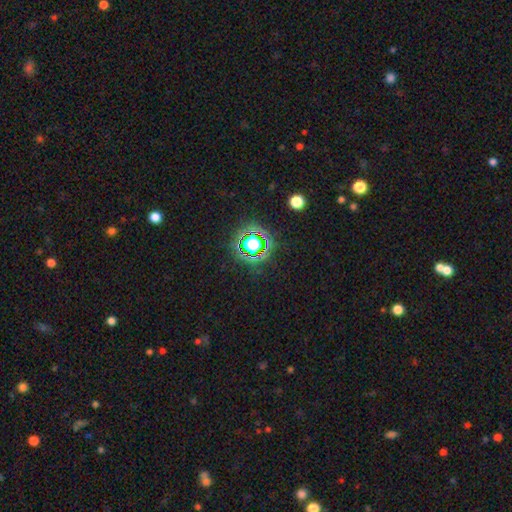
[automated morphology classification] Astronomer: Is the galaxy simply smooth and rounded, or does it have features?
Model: star or artifact — 81%.